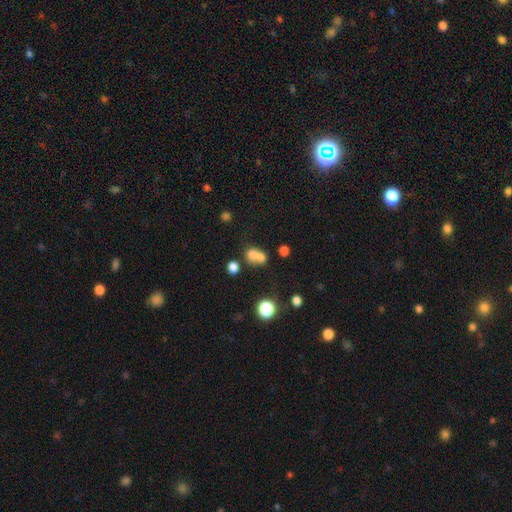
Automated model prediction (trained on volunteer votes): Overall: smooth (71%). How rounded: round (67%; in between 32%). Merging: merger (58%; none 29%).